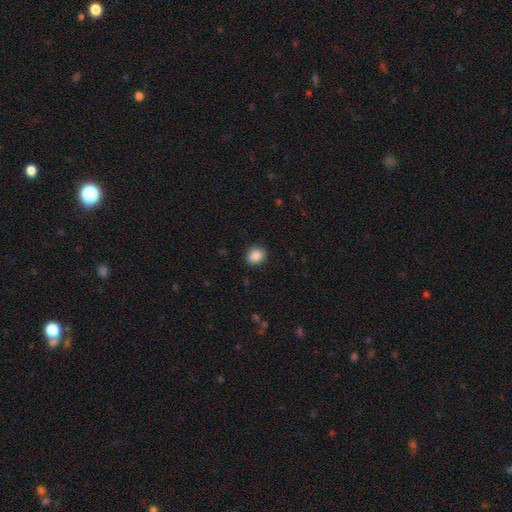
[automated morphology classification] Overall: smooth (88%). How rounded: round (75%). Merging: none (89%).